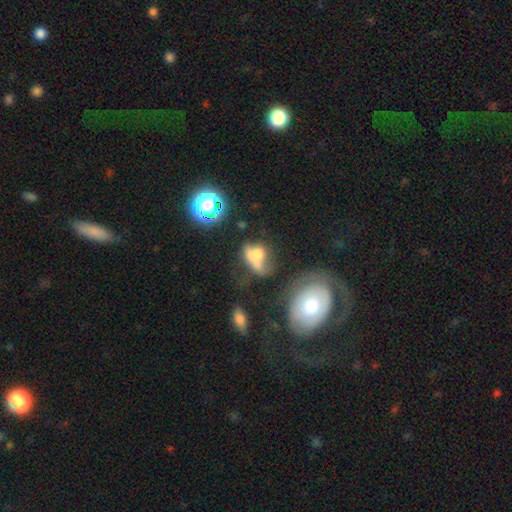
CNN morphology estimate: type=smooth (49%); merging=merger (39%).